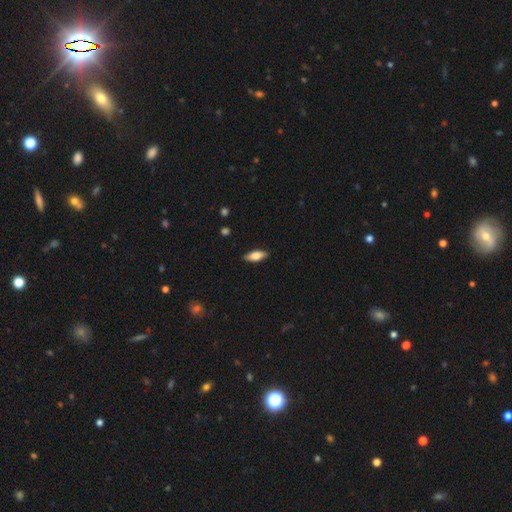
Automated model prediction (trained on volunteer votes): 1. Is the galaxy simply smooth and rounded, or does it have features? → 77% smooth, 16% featured or disk, 6% star or artifact.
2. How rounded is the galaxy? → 80% in between, 17% cigar-shaped, 2% round.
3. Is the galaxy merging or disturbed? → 87% none, 10% minor disturbance, 2% major disturbance, 1% merger.